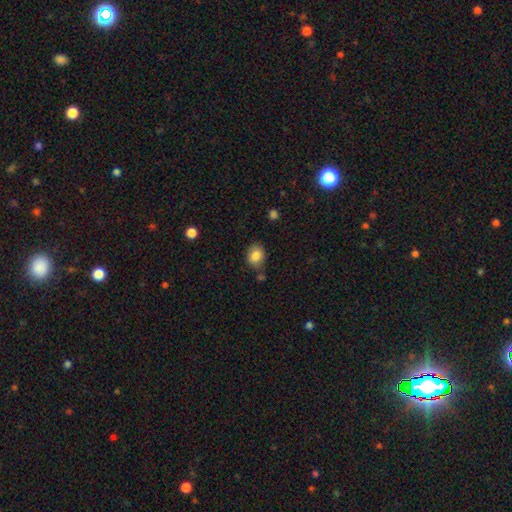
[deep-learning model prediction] Morphology: type=smooth (84%); roundness=in between (51%); merging=none (73%).